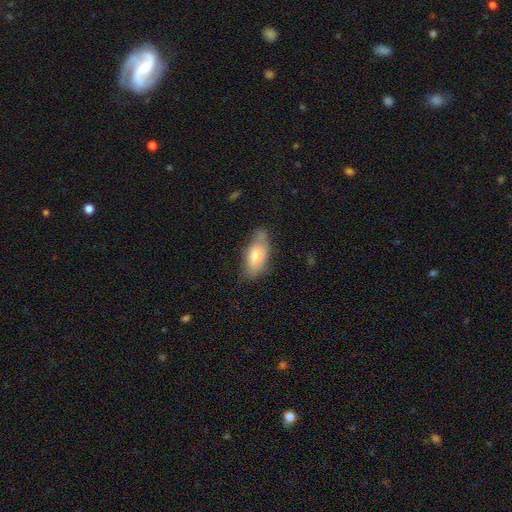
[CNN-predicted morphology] Smooth or featured? smooth (69%)
How rounded? in between (88%)
Merging? none (56%)